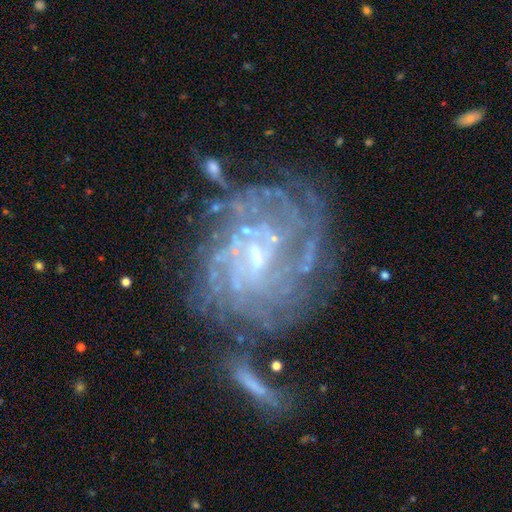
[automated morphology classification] smooth-or-featured: featured or disk: 85% | star or artifact: 8% | smooth: 7%
  disk-edge-on: no: 97% | yes: 3%
    bar: weak: 49% | no: 37% | strong: 14%
    has-spiral-arms: yes: 90% | no: 10%
      spiral-winding: tight: 69% | medium: 24% | loose: 7%
      spiral-arm-count: can't tell: 43% | more than 4: 16% | 4: 16% | 3: 10% | 2: 8% | 1: 6%
    bulge-size: small: 58% | moderate: 28% | none: 11% | large: 2% | dominant: 1%
  merging: none: 60% | minor disturbance: 18% | major disturbance: 13% | merger: 9%